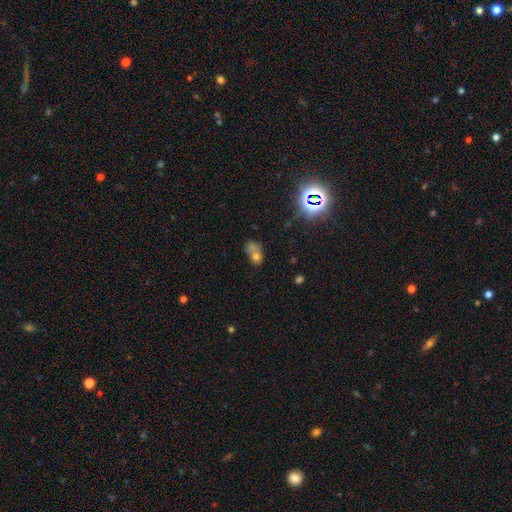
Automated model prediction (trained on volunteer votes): Smooth or featured? smooth (59%)
How rounded? in between (60%)
Merging? merger (45%)